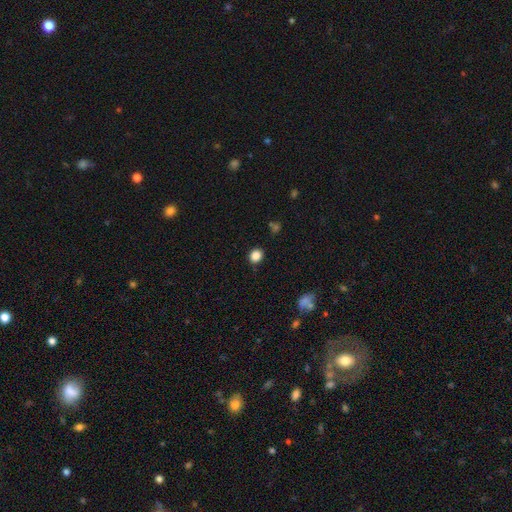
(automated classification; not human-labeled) smooth-or-featured: smooth: 85% | star or artifact: 11% | featured or disk: 4%
  how-rounded: round: 77% | in between: 22% | cigar-shaped: 1%
  merging: none: 87% | minor disturbance: 8% | major disturbance: 2% | merger: 2%